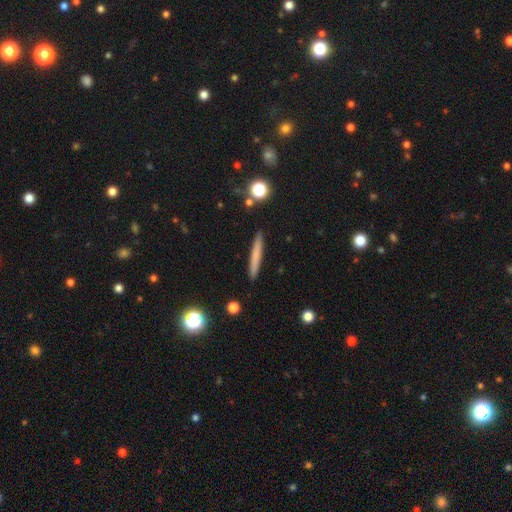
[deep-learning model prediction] smooth-or-featured: smooth: 68% | featured or disk: 24% | star or artifact: 7%
  how-rounded: cigar-shaped: 95% | in between: 3% | round: 1%
  merging: none: 91% | minor disturbance: 6% | merger: 2% | major disturbance: 1%